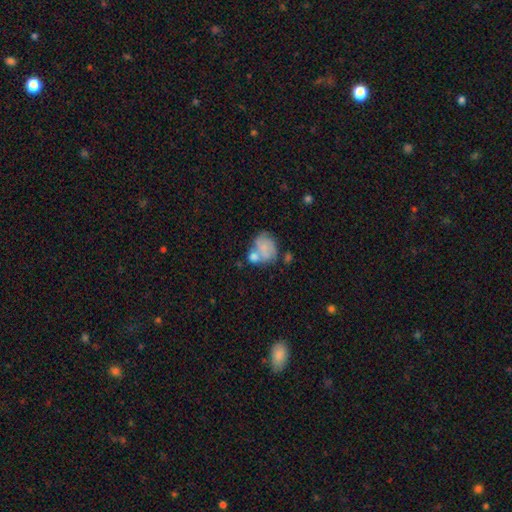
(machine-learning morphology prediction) A smooth galaxy with no disk features (48%).

Vote fractions:
- Smooth or featured? smooth: 48% / featured or disk: 42% / star or artifact: 10%
- Merging? none: 36% / merger: 31% / minor disturbance: 20% / major disturbance: 13%